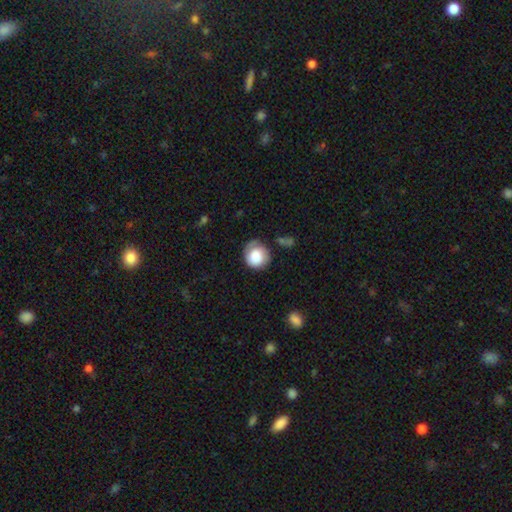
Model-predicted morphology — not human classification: Q: Smooth or featured?
A: smooth (80%); runner-up: featured or disk (12%)
Q: How rounded?
A: round (87%); runner-up: in between (12%)
Q: Merging?
A: none (59%); runner-up: minor disturbance (28%)